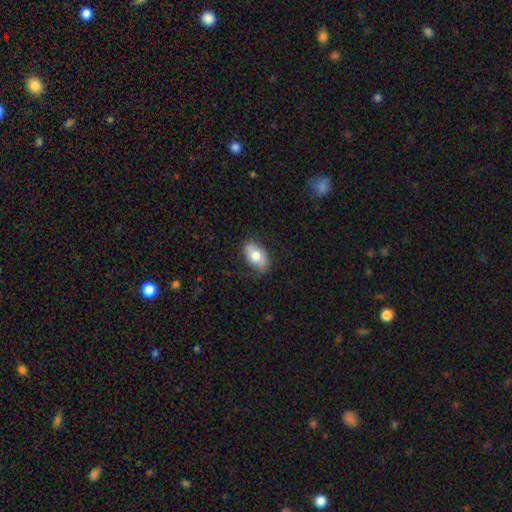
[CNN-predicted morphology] Q: Smooth or featured?
A: smooth (73%); runner-up: featured or disk (20%)
Q: How rounded?
A: in between (92%); runner-up: round (6%)
Q: Merging?
A: none (76%); runner-up: minor disturbance (19%)